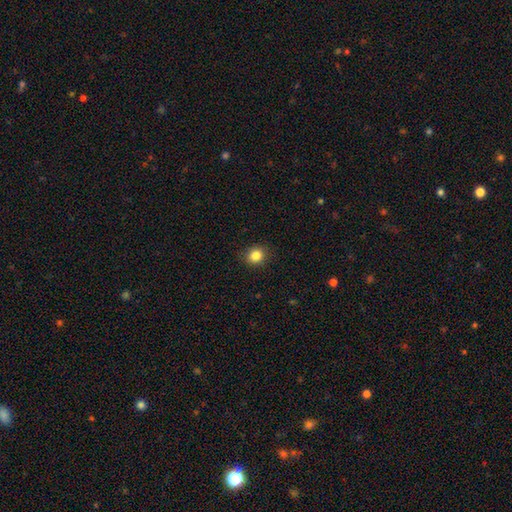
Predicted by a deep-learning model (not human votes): This is clearly a smooth galaxy (84%). How rounded: likely round (78%). Merging: clearly none (90%).